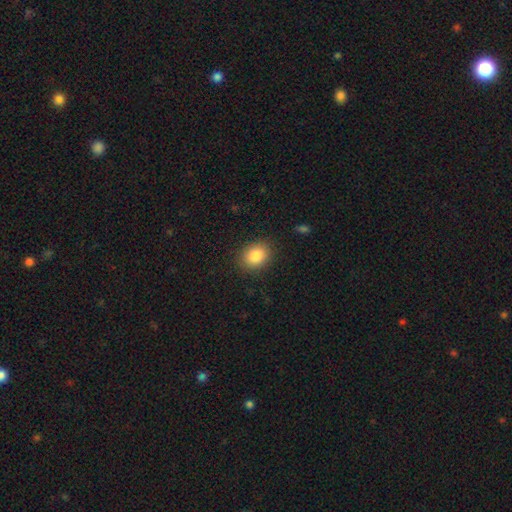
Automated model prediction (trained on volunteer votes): A smooth galaxy with no disk features (85%) that is in between round and cigar-shaped (54%). Merging: none (88%).